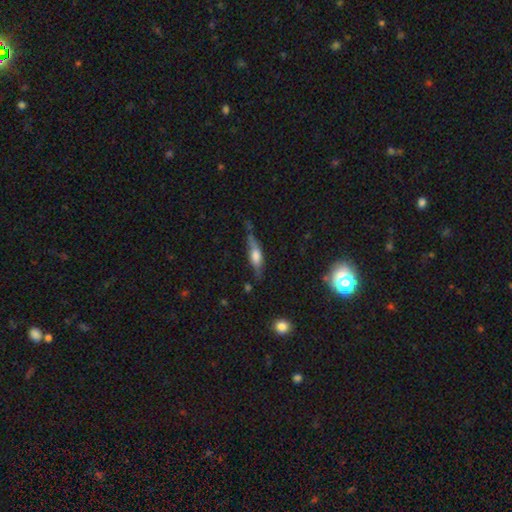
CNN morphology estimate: Smooth or featured? featured or disk (52%)
Edge-on disk? yes (88%)
Merging? none (62%)